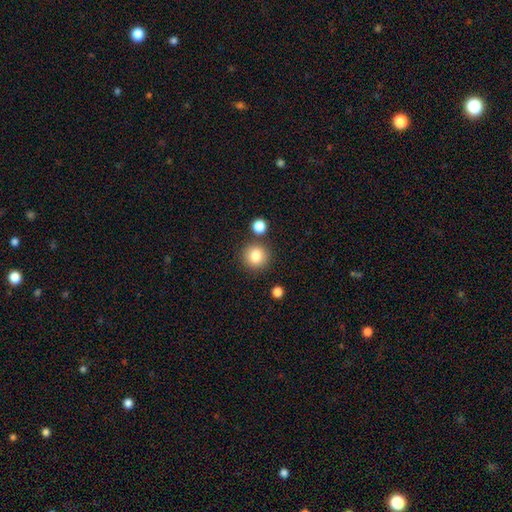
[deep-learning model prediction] smooth 84%, star or artifact 10%, featured or disk 6%. Down the decision tree: how rounded — round (92%); merging — none (84%).